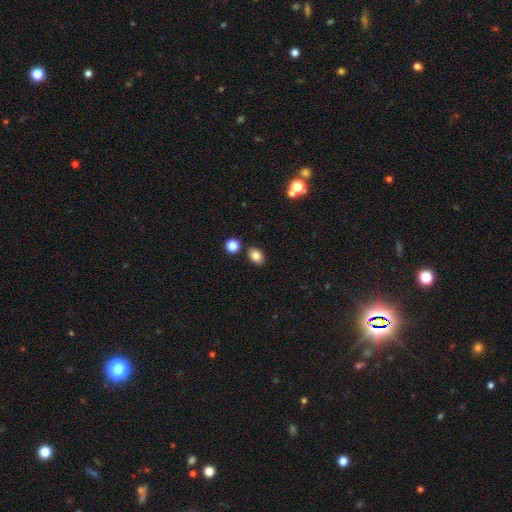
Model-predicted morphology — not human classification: Q: Smooth or featured?
A: smooth (82%); runner-up: star or artifact (11%)
Q: How rounded?
A: in between (70%); runner-up: round (29%)
Q: Merging?
A: none (83%); runner-up: minor disturbance (9%)